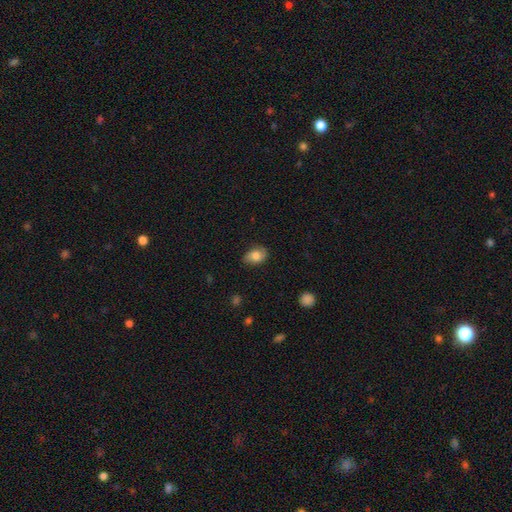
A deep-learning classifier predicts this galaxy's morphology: smooth_or_featured: smooth (p=0.76) [alt: featured or disk p=0.16]
how_rounded: in between (p=0.80) [alt: round p=0.19]
merging: none (p=0.72) [alt: minor disturbance p=0.23]